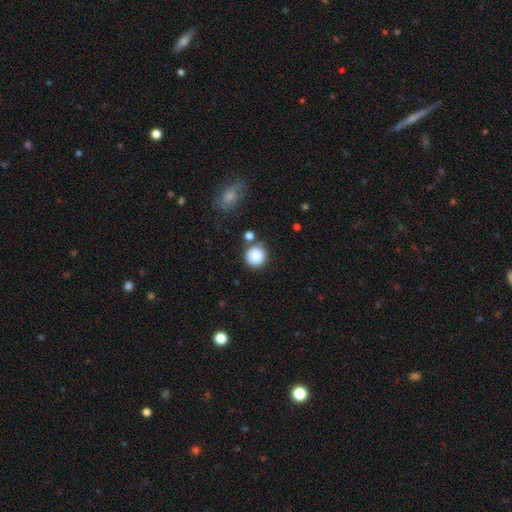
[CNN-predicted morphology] Q: Smooth or featured?
A: smooth (86%); runner-up: star or artifact (9%)
Q: How rounded?
A: round (91%); runner-up: in between (8%)
Q: Merging?
A: none (71%); runner-up: minor disturbance (13%)